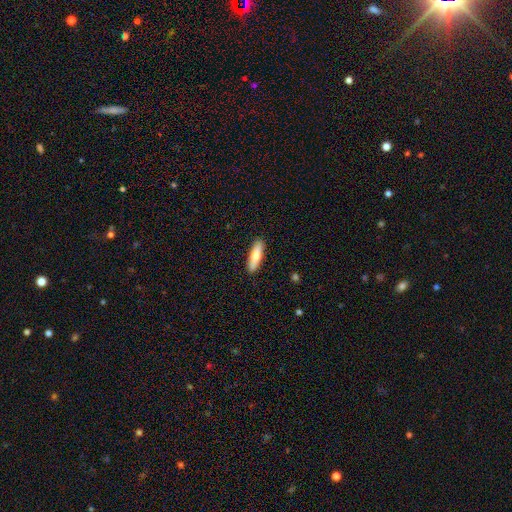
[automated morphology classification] Smooth or featured?
  - smooth: 75% *
  - featured or disk: 20%
  - star or artifact: 5%
How rounded?
  - cigar-shaped: 68% *
  - in between: 30%
  - round: 2%
Merging?
  - none: 90% *
  - minor disturbance: 7%
  - major disturbance: 2%
  - merger: 1%